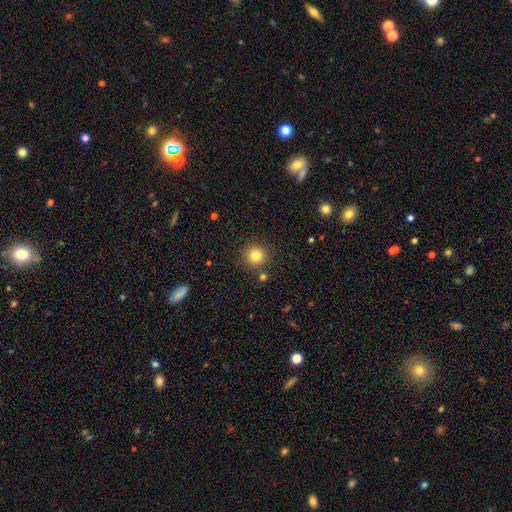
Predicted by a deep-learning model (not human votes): Morphology: type=smooth (81%); roundness=round (94%); merging=none (87%).